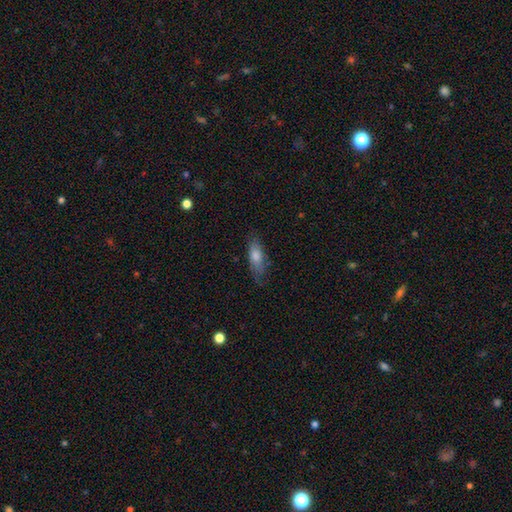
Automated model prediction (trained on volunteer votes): This appears to be a smooth galaxy with no disk features (66%) that is in between round and cigar-shaped (56%). Merging: none (72%).